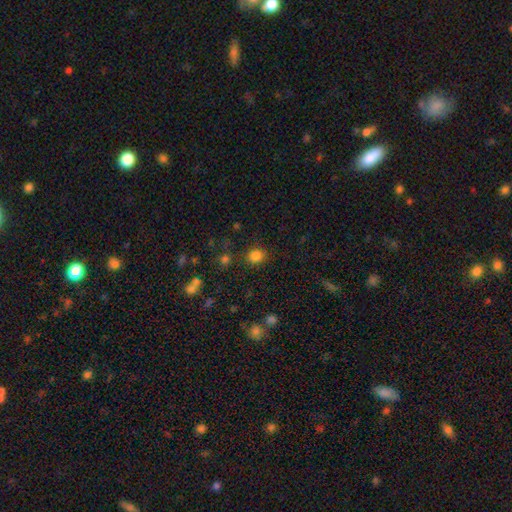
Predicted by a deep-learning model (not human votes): Smooth or featured: smooth — 82% (star or artifact — 14%)
How rounded: round — 83% (in between — 16%)
Merging: none — 86% (minor disturbance — 8%)